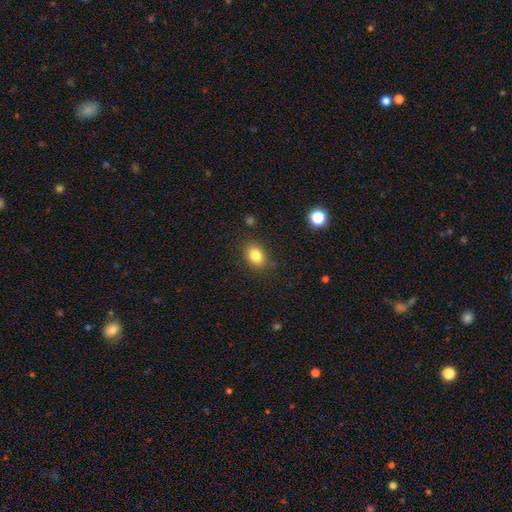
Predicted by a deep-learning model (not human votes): This is clearly a smooth galaxy (83%). How rounded: likely in between (68%). Merging: clearly none (85%).